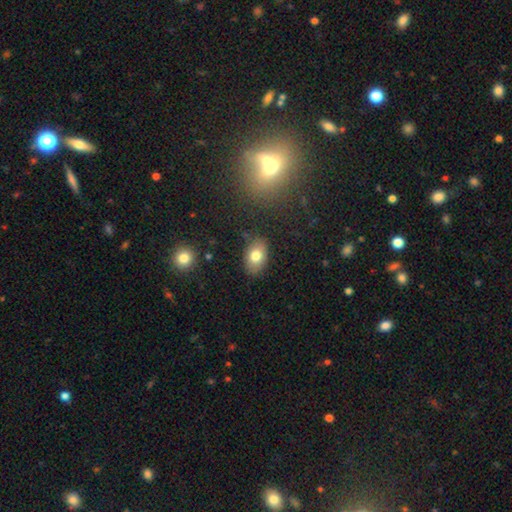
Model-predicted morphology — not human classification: A smooth galaxy with no disk features (78%) that is in between round and cigar-shaped (86%).

Vote fractions:
- Smooth or featured? smooth: 78% / featured or disk: 14% / star or artifact: 9%
- How rounded? in between: 86% / round: 13% / cigar-shaped: 1%
- Merging? none: 82% / minor disturbance: 13% / major disturbance: 3% / merger: 2%